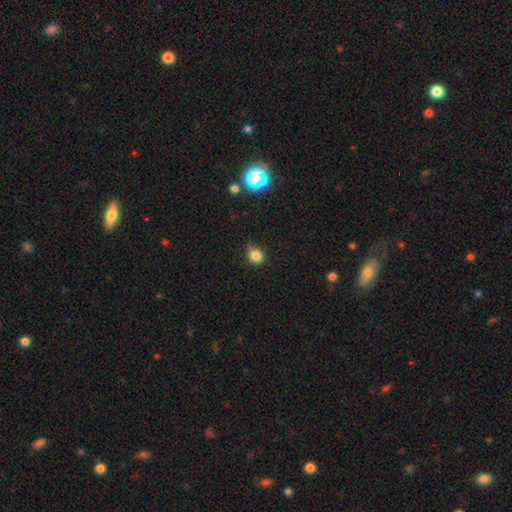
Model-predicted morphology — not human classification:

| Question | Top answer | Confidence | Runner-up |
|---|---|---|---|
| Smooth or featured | smooth | 82% | star or artifact (14%) |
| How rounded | round | 80% | in between (19%) |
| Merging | none | 69% | minor disturbance (24%) |